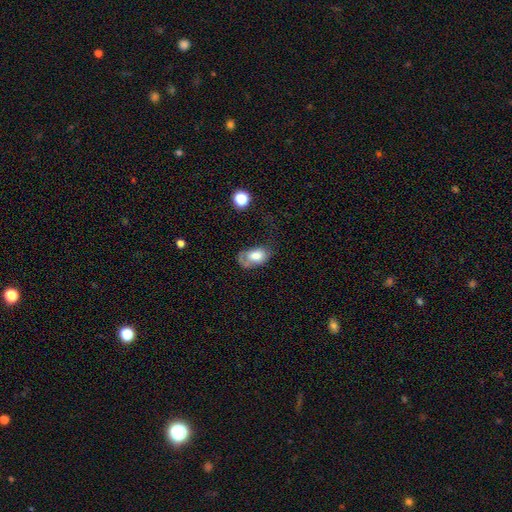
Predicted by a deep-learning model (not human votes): Q: Smooth or featured?
A: smooth (60%); runner-up: featured or disk (32%)
Q: How rounded?
A: in between (88%); runner-up: round (10%)
Q: Merging?
A: none (35%); runner-up: major disturbance (32%)